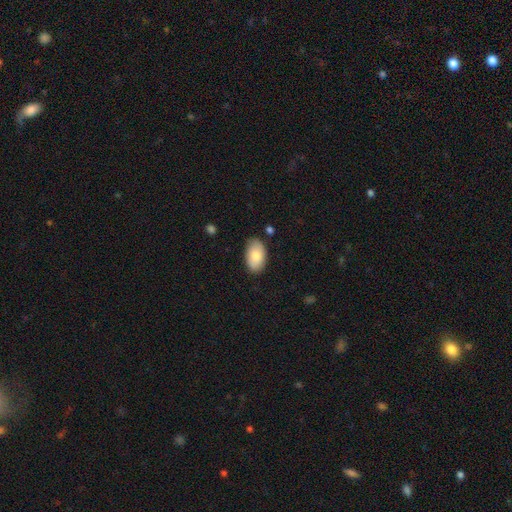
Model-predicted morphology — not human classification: Smooth or featured: smooth — 80% (featured or disk — 13%)
How rounded: in between — 94% (round — 5%)
Merging: none — 81% (minor disturbance — 15%)